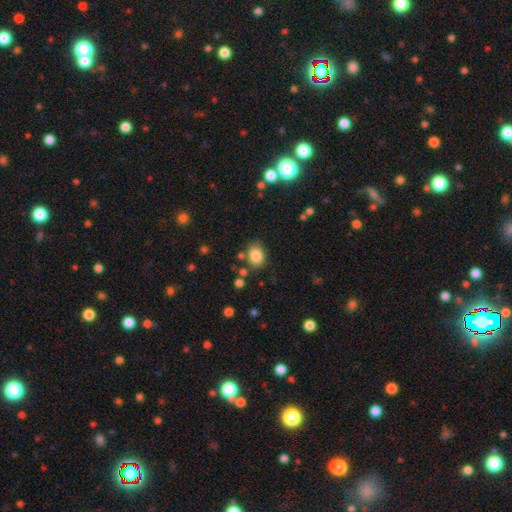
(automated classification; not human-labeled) This appears to be a smooth galaxy with no disk features (84%) that is in between round and cigar-shaped (62%). Merging: none (78%).